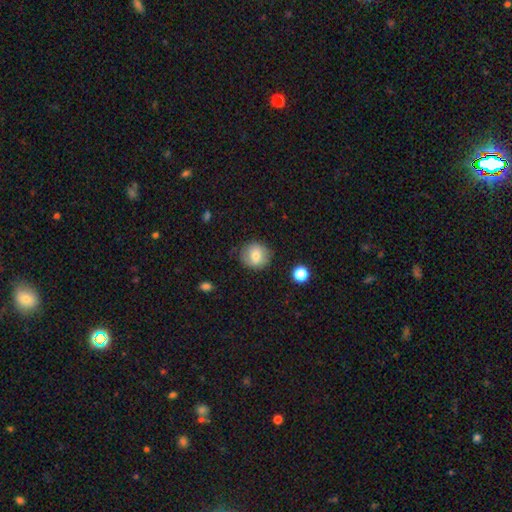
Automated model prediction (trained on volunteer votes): Smooth or featured?
  - smooth: 74% *
  - featured or disk: 18%
  - star or artifact: 9%
How rounded?
  - round: 85% *
  - in between: 14%
  - cigar-shaped: 1%
Merging?
  - none: 80% *
  - minor disturbance: 15%
  - major disturbance: 4%
  - merger: 1%